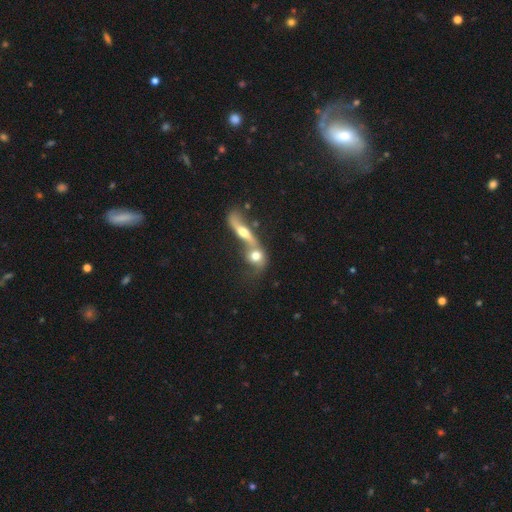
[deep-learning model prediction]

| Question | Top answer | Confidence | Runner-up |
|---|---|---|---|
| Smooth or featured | smooth | 58% | featured or disk (33%) |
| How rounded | round | 45% | in between (41%) |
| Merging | merger | 70% | none (16%) |